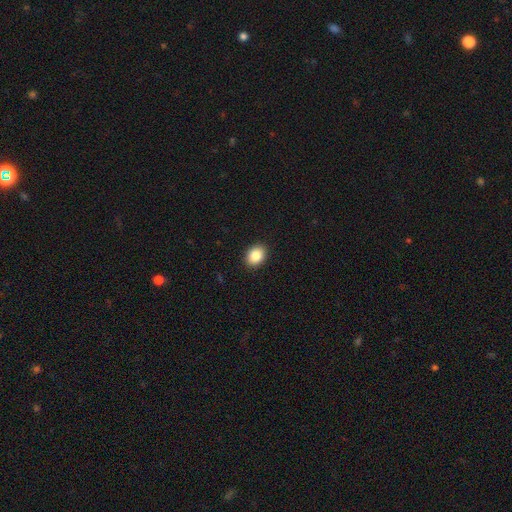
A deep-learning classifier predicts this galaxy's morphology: smooth 86%, star or artifact 8%, featured or disk 5%. Down the decision tree: how rounded — in between (64%); merging — none (91%).